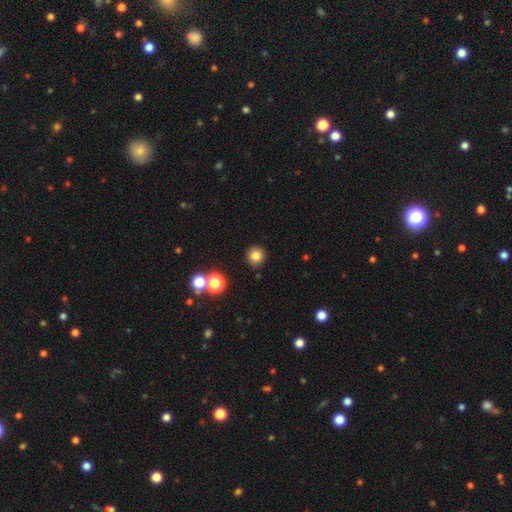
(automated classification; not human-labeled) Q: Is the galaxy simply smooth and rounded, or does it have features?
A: smooth — 81%.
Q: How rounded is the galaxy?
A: round — 94%.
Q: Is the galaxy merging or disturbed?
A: none — 90%.